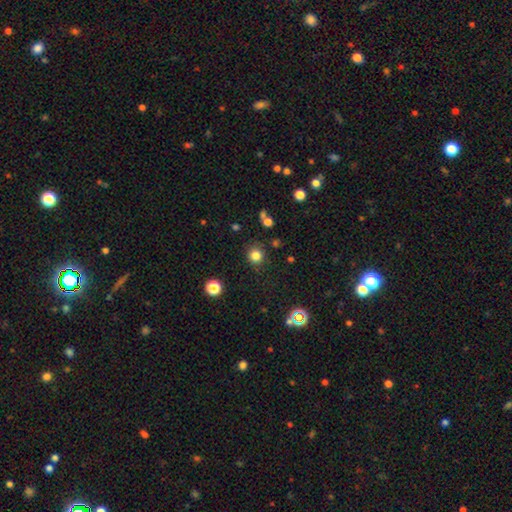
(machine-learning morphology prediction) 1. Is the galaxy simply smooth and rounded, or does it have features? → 81% smooth, 14% star or artifact, 5% featured or disk.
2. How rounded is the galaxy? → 92% round, 7% in between, 1% cigar-shaped.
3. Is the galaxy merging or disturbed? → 86% none, 8% minor disturbance, 3% major disturbance, 3% merger.